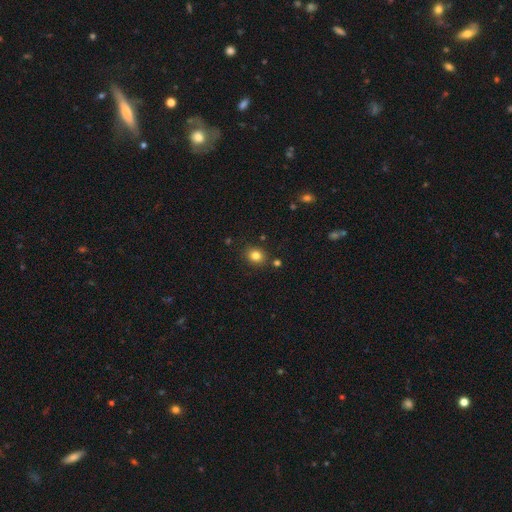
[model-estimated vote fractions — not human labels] Morphology: type=smooth (82%); roundness=round (64%); merging=none (85%).